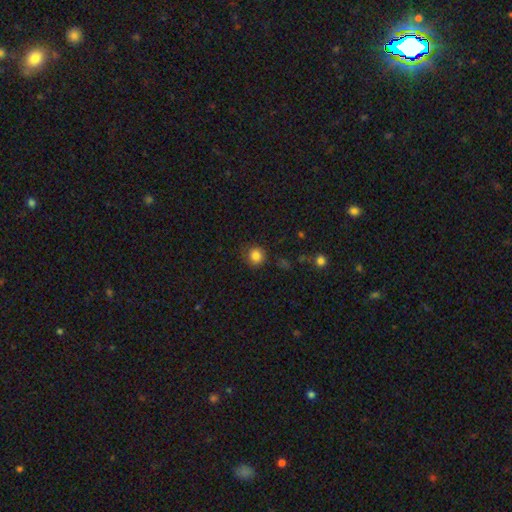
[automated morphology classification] Smooth or featured: smooth — 84% (star or artifact — 11%)
How rounded: round — 91% (in between — 8%)
Merging: none — 84% (minor disturbance — 11%)